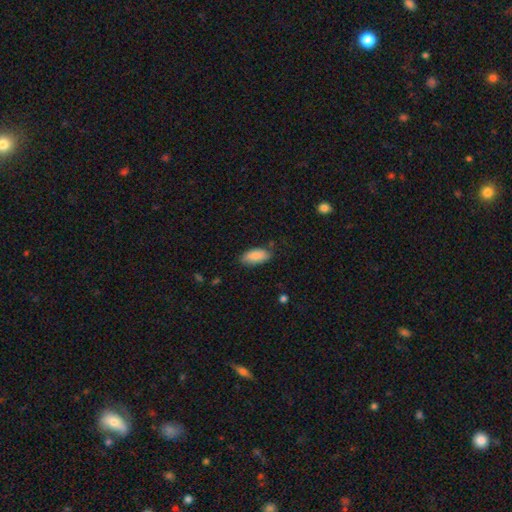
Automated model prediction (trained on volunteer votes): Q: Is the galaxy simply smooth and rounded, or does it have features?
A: smooth — 86%.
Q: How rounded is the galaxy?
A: in between — 91%.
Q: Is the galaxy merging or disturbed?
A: none — 78%.